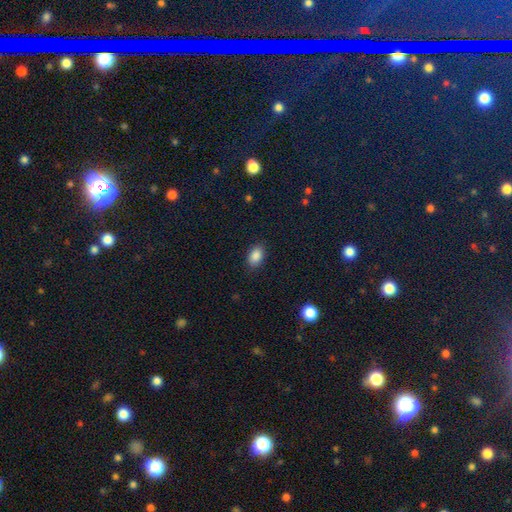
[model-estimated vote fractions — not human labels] A smooth galaxy with no disk features (88%) that is in between round and cigar-shaped (89%).

Vote fractions:
- Smooth or featured? smooth: 88% / star or artifact: 9% / featured or disk: 4%
- How rounded? in between: 89% / round: 10% / cigar-shaped: 2%
- Merging? none: 87% / minor disturbance: 10% / major disturbance: 2% / merger: 1%